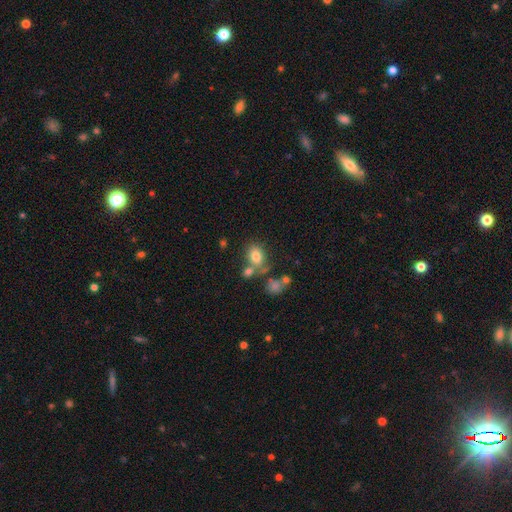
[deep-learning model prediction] Smooth or featured? Predicted: smooth (p=0.77). How rounded? Predicted: in between (p=0.68). Merging? Predicted: none (p=0.52).